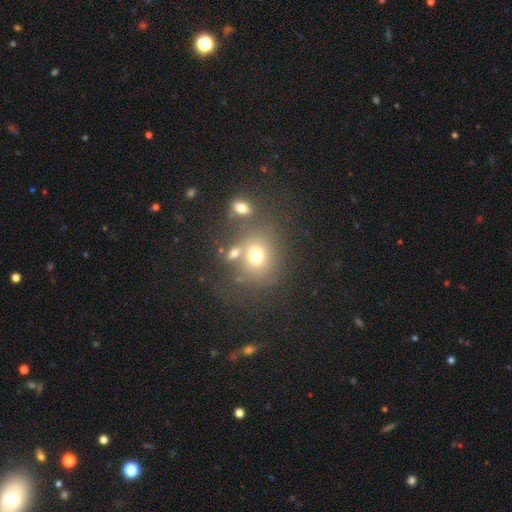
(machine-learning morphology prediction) This appears to be a smooth galaxy with no disk features (70%) that is round (69%). Merging: none (53%).